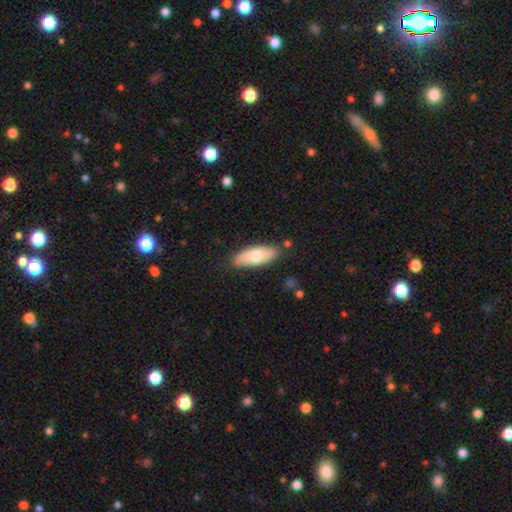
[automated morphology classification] smooth 69%, featured or disk 25%, star or artifact 6%. Down the decision tree: how rounded — in between (78%); merging — none (82%).